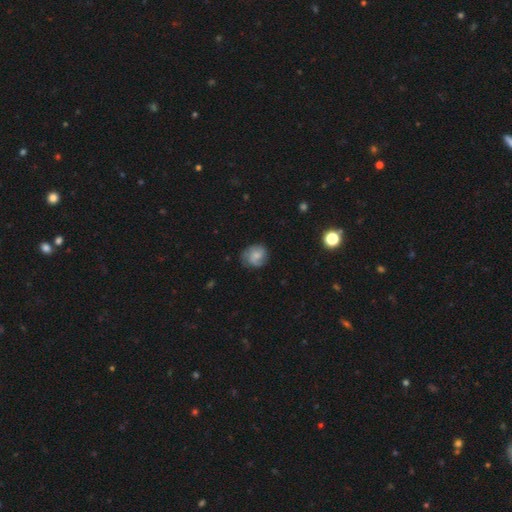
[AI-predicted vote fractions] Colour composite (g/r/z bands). It shows a smooth galaxy with no disk features (54%) that is round (73%). Merging: none (65%).